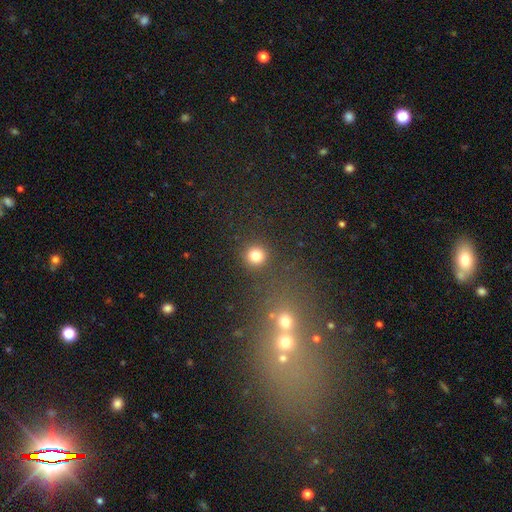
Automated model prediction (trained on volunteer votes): Overall: smooth (80%). How rounded: round (93%). Merging: none (88%).